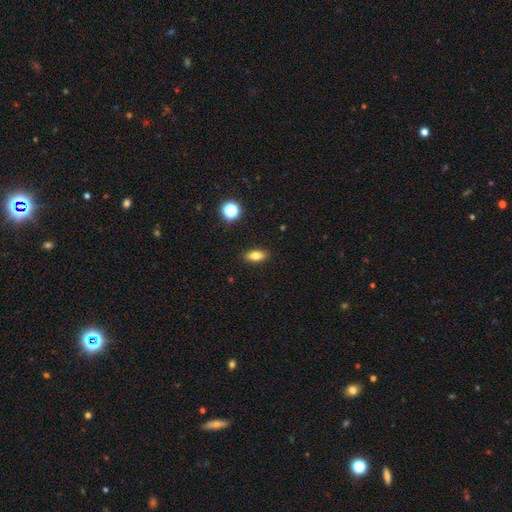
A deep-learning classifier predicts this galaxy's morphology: smooth_or_featured: smooth (p=0.79) [alt: featured or disk p=0.11]
how_rounded: in between (p=0.83) [alt: cigar-shaped p=0.10]
merging: none (p=0.89) [alt: minor disturbance p=0.08]